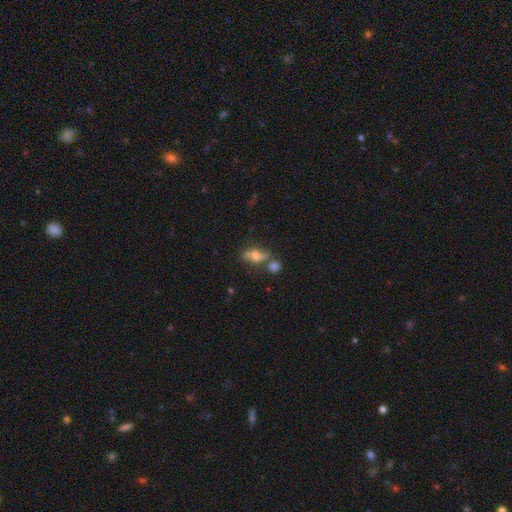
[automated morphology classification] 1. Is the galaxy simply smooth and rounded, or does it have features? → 44% featured or disk, 43% smooth, 13% star or artifact.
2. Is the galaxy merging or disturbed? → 57% none, 20% merger, 16% minor disturbance, 7% major disturbance.